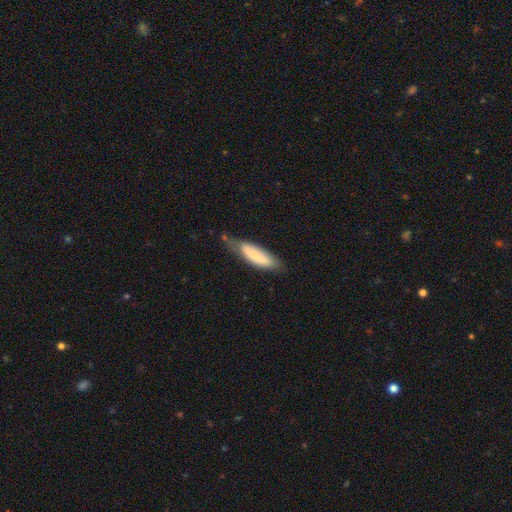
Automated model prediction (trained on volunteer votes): Q: Smooth or featured?
A: smooth (76%); runner-up: featured or disk (18%)
Q: How rounded?
A: cigar-shaped (55%); runner-up: in between (44%)
Q: Merging?
A: none (50%); runner-up: minor disturbance (36%)